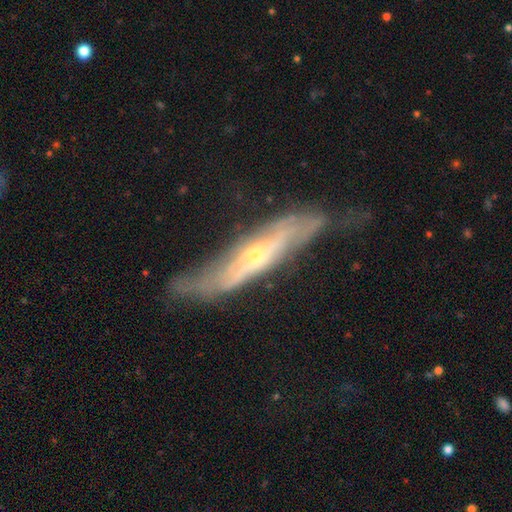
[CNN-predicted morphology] Smooth or featured?
  - featured or disk: 73% *
  - smooth: 20%
  - star or artifact: 7%
Edge-on disk?
  - yes: 55% *
  - no: 45%
Merging?
  - none: 50% *
  - minor disturbance: 29%
  - major disturbance: 18%
  - merger: 3%